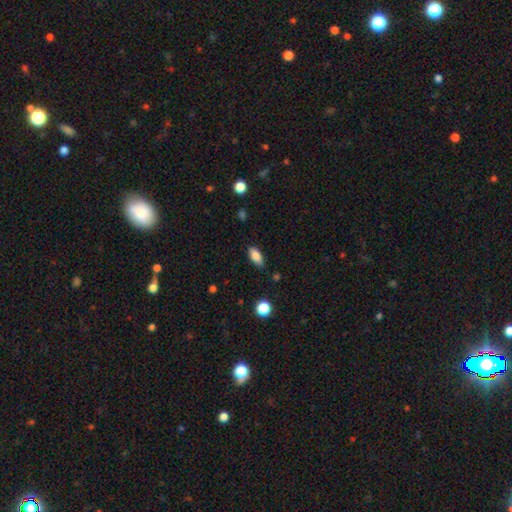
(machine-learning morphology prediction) This appears to be a smooth galaxy with no disk features (84%) that is in between round and cigar-shaped (87%). Merging: none (82%).